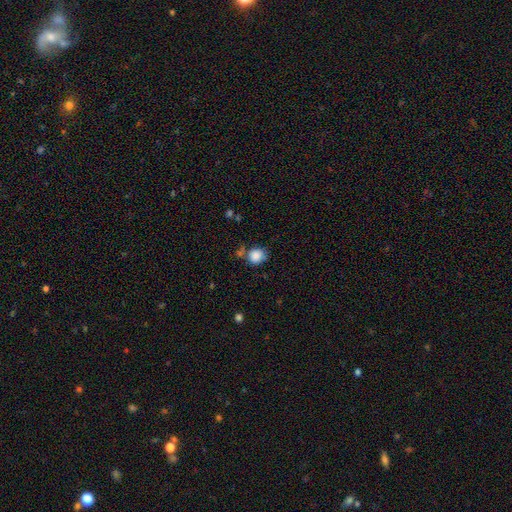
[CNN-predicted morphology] This is clearly a smooth galaxy (86%). How rounded: clearly round (82%). Merging: likely none (64%).